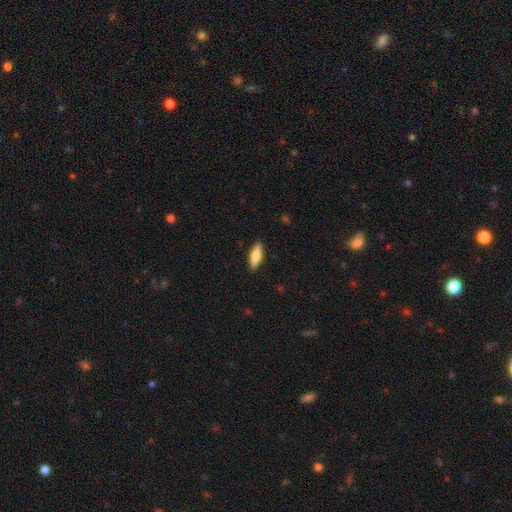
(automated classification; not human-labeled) This is likely a smooth galaxy (69%). How rounded: possibly cigar-shaped (49%, tied with in between). Merging: clearly none (89%).